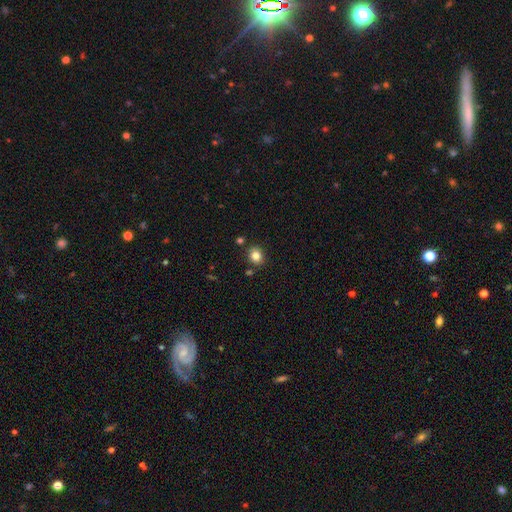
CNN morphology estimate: smooth_or_featured: smooth (p=0.82) [alt: star or artifact p=0.11]
how_rounded: round (p=0.69) [alt: in between p=0.30]
merging: none (p=0.84) [alt: minor disturbance p=0.09]